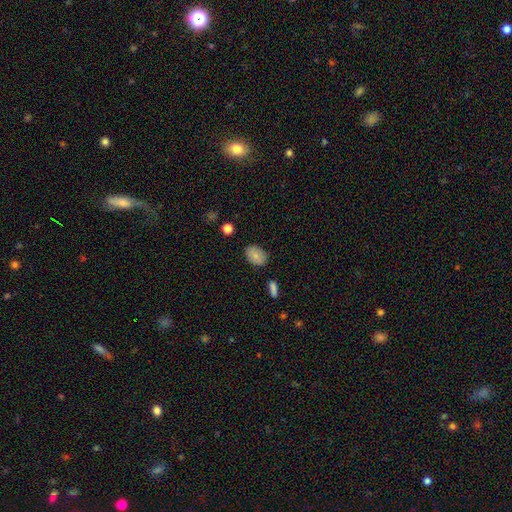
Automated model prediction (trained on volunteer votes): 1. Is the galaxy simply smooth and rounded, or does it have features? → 80% smooth, 13% featured or disk, 8% star or artifact.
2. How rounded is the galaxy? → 84% in between, 14% round, 1% cigar-shaped.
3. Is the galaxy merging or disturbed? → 82% none, 13% minor disturbance, 3% major disturbance, 2% merger.